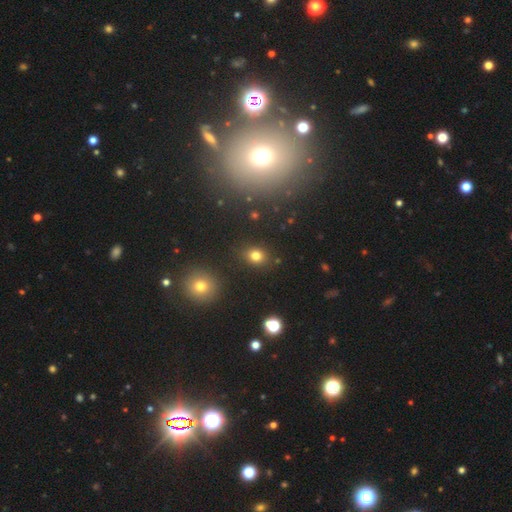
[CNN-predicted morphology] Q: Smooth or featured?
A: smooth (78%); runner-up: star or artifact (16%)
Q: How rounded?
A: round (54%); runner-up: in between (44%)
Q: Merging?
A: none (86%); runner-up: minor disturbance (8%)